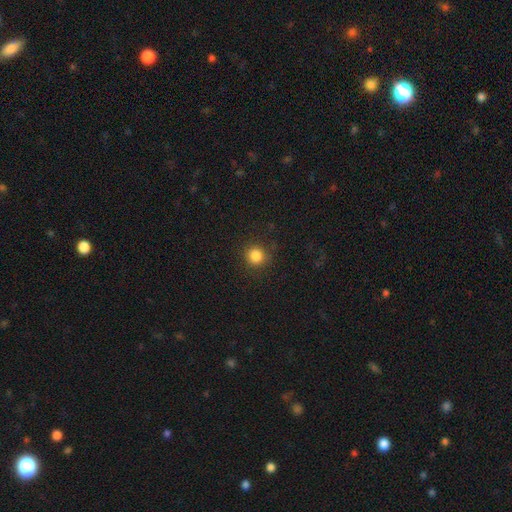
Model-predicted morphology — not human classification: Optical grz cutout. It shows a smooth galaxy with no disk features (85%) that is round (93%). Merging: none (88%).